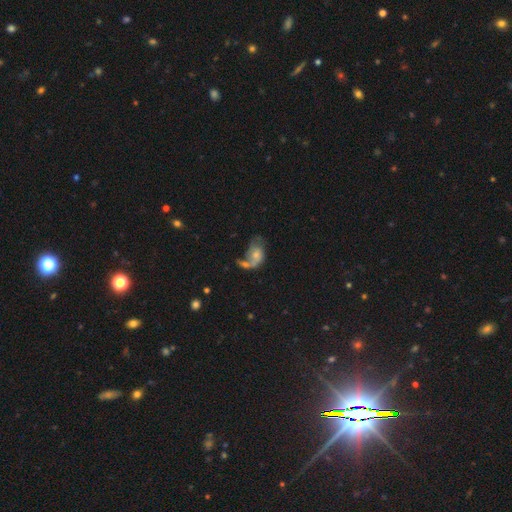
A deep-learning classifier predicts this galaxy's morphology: The model was most divided on "merging": merger: 32%, major disturbance: 29%, none: 22%, minor disturbance: 17%. Remaining: smooth or featured — featured or disk (49%).